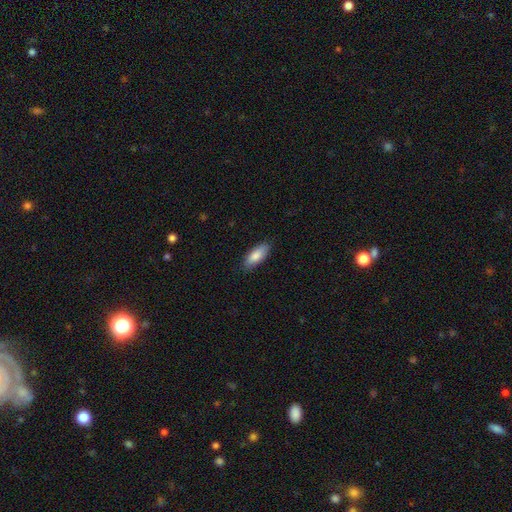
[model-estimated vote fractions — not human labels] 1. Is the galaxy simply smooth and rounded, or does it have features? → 85% smooth, 9% featured or disk, 6% star or artifact.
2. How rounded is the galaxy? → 73% in between, 25% cigar-shaped, 2% round.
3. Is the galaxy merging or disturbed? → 86% none, 11% minor disturbance, 2% major disturbance, 1% merger.